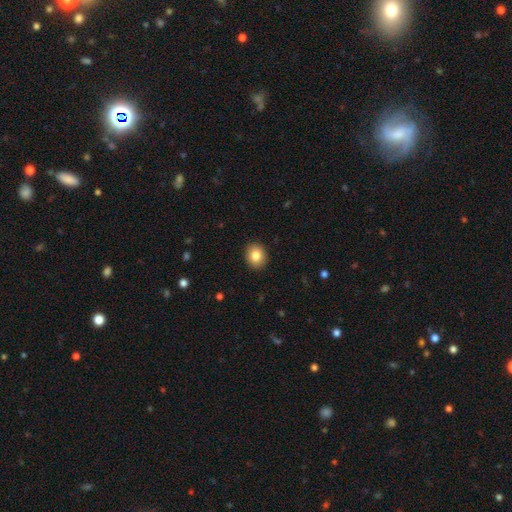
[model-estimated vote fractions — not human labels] Smooth or featured?
  - smooth: 83% *
  - star or artifact: 9%
  - featured or disk: 8%
How rounded?
  - round: 66% *
  - in between: 33%
  - cigar-shaped: 1%
Merging?
  - none: 91% *
  - minor disturbance: 6%
  - major disturbance: 2%
  - merger: 1%